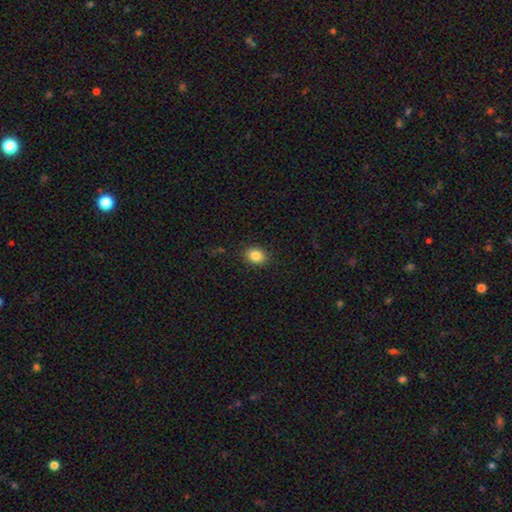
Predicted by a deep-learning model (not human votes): Smooth or featured?
  - smooth: 85% *
  - star or artifact: 9%
  - featured or disk: 6%
How rounded?
  - in between: 61% *
  - round: 38%
  - cigar-shaped: 1%
Merging?
  - none: 89% *
  - minor disturbance: 8%
  - major disturbance: 2%
  - merger: 1%